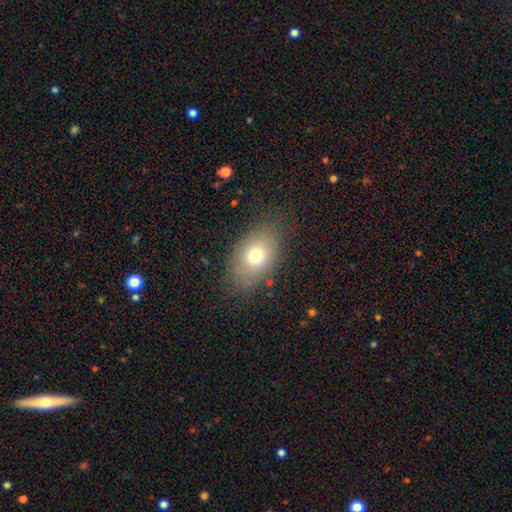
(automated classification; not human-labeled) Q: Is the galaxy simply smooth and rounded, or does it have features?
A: smooth — 73%.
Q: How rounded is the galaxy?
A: in between — 79%.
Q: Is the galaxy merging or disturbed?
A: none — 78%.